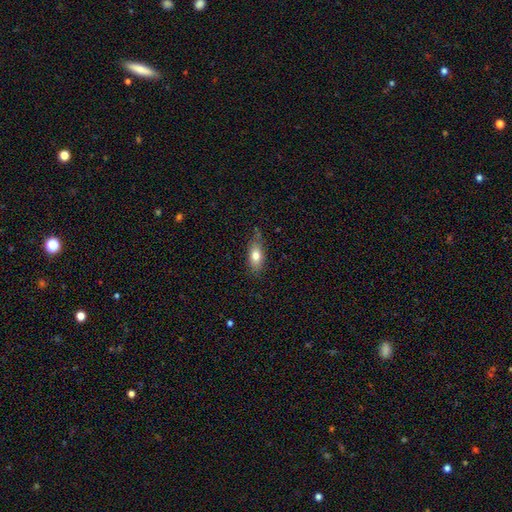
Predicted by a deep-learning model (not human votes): A smooth galaxy with no disk features (76%) that is in between round and cigar-shaped (82%). Merging: none (73%).